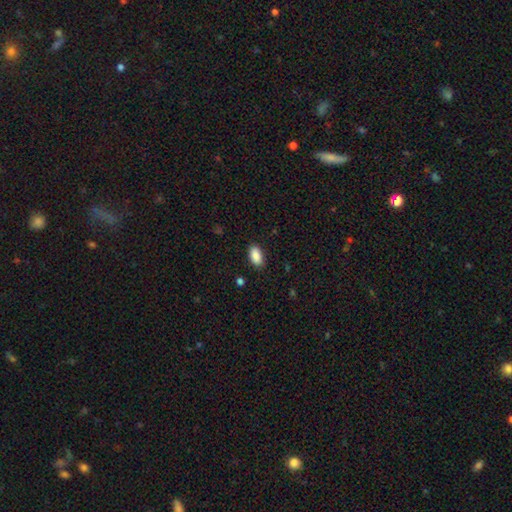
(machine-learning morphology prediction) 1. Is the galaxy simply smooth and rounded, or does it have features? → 89% smooth, 7% star or artifact, 4% featured or disk.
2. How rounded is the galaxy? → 93% in between, 3% round, 3% cigar-shaped.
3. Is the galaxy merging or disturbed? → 88% none, 9% minor disturbance, 2% major disturbance, 1% merger.